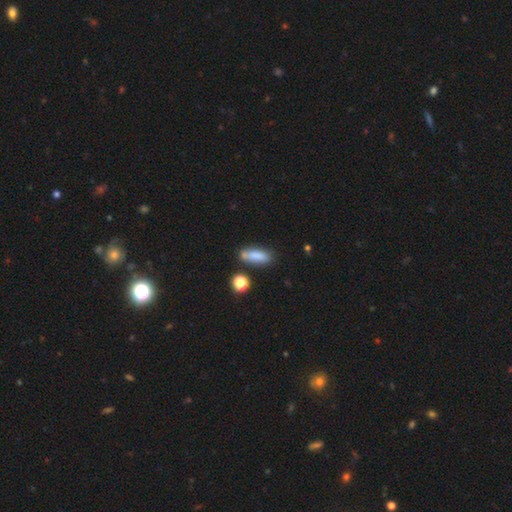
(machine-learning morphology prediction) type=smooth (81%); roundness=in between (54%); merging=none (67%).